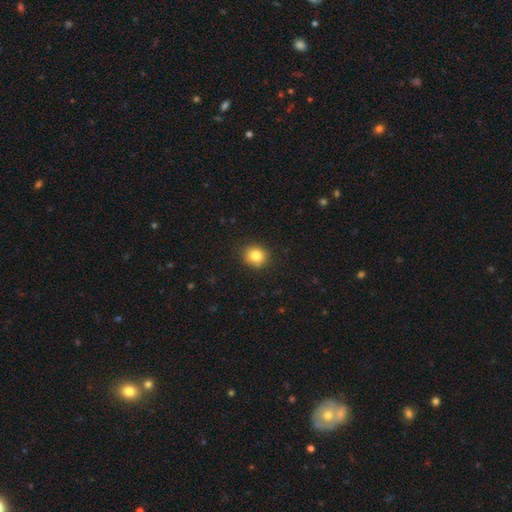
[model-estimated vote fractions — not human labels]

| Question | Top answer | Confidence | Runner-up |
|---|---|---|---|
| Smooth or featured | smooth | 83% | star or artifact (11%) |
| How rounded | round | 78% | in between (21%) |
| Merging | none | 88% | minor disturbance (9%) |